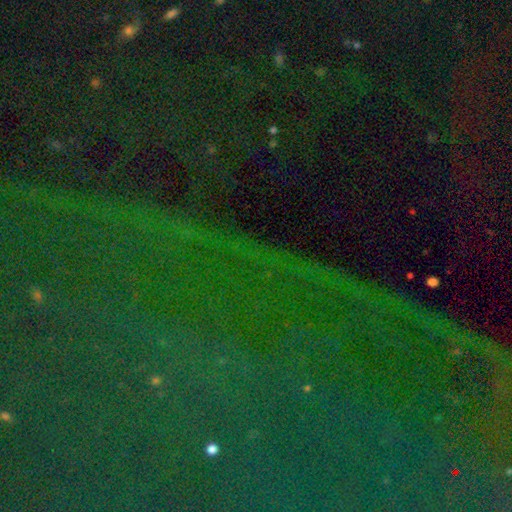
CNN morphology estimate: This is clearly a star or artifact rather than a galaxy (84%).